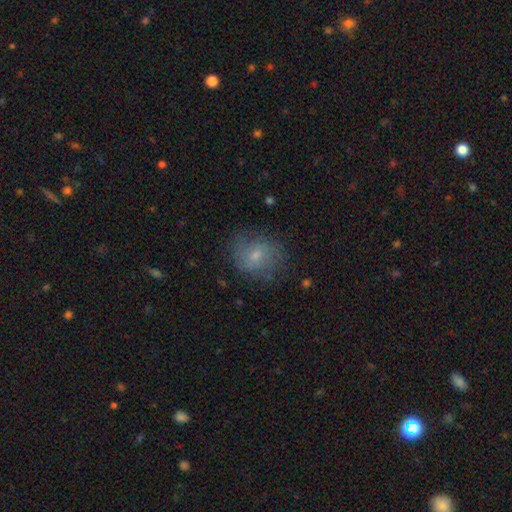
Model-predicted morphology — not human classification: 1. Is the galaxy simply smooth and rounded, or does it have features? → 65% smooth, 24% featured or disk, 10% star or artifact.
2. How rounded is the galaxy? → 66% round, 33% in between, 1% cigar-shaped.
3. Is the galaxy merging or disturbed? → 69% none, 20% minor disturbance, 10% major disturbance, 2% merger.